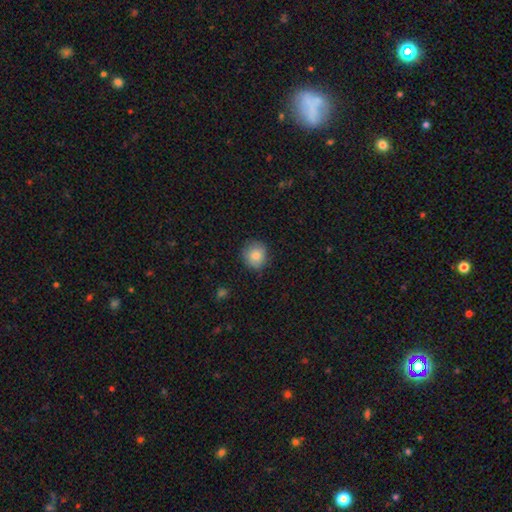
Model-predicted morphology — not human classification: Smooth or featured: smooth — 86% (star or artifact — 8%)
How rounded: round — 87% (in between — 12%)
Merging: none — 84% (minor disturbance — 12%)